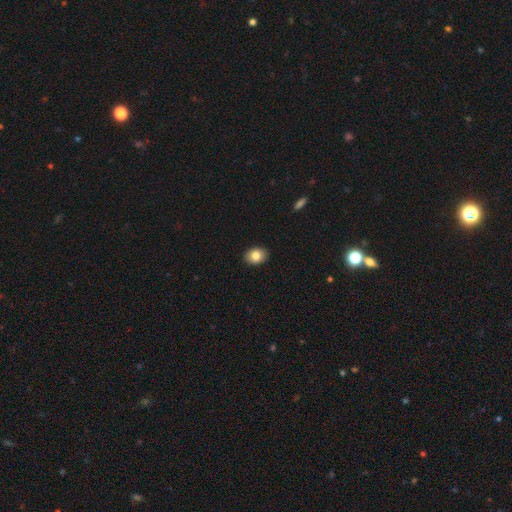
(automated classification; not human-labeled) A smooth galaxy with no disk features (84%) that is in between round and cigar-shaped (69%). Merging: none (91%).